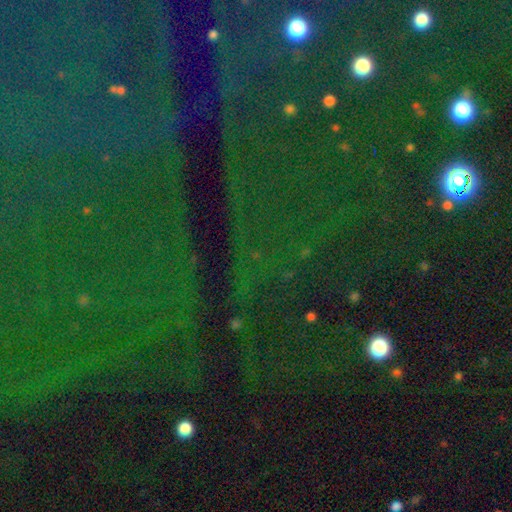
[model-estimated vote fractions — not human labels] smooth_or_featured: star or artifact (p=0.85) [alt: smooth p=0.08]